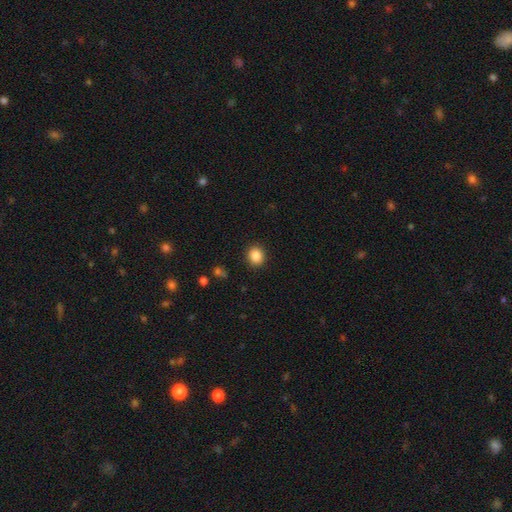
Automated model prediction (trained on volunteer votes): Q: Smooth or featured?
A: smooth (87%); runner-up: star or artifact (9%)
Q: How rounded?
A: round (79%); runner-up: in between (20%)
Q: Merging?
A: none (90%); runner-up: minor disturbance (6%)